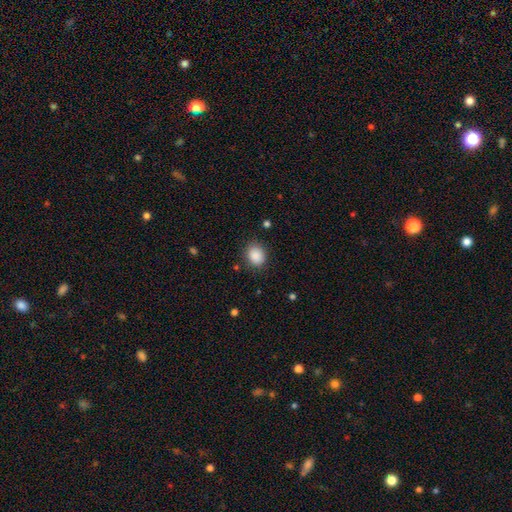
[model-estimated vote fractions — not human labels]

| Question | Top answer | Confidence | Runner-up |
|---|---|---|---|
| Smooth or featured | smooth | 88% | star or artifact (8%) |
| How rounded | round | 55% | in between (44%) |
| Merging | none | 84% | minor disturbance (11%) |